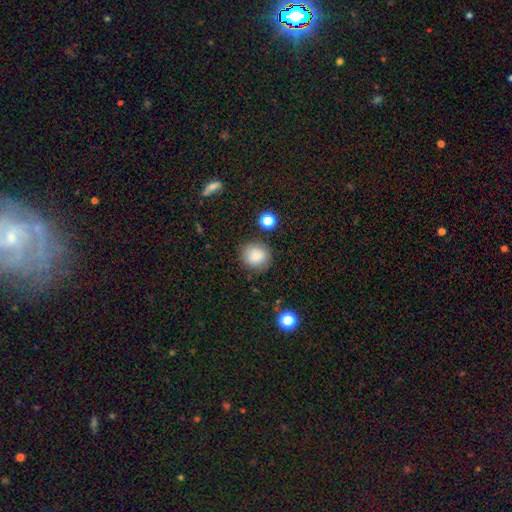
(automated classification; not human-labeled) A smooth galaxy with no disk features (85%) that is round (87%). Merging: none (84%).